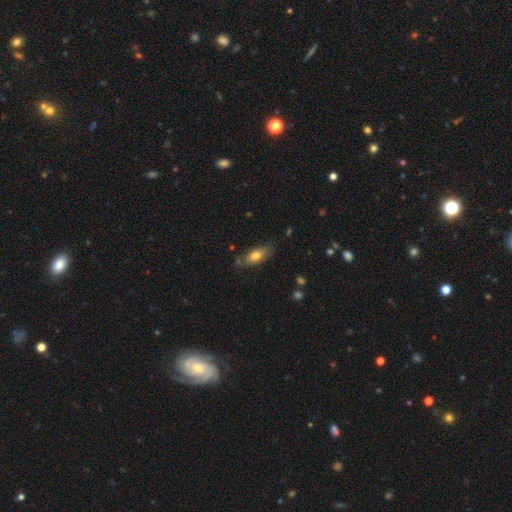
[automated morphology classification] Smooth or featured: smooth — 71% (featured or disk — 21%)
How rounded: in between — 79% (cigar-shaped — 17%)
Merging: none — 71% (minor disturbance — 21%)